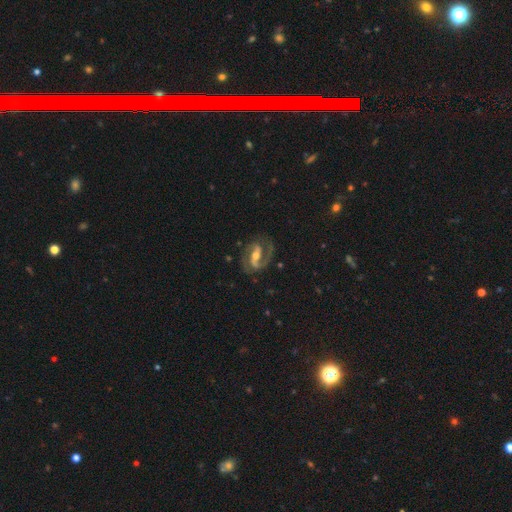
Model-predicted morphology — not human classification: The model was most divided on "bar": strong: 45%, weak: 38%, no: 17%. More confident: spiral arms — yes (97%); edge-on disk — no (97%); smooth or featured — featured or disk (91%); spiral arm count — 2 (89%); merging — none (76%); bulge size — moderate (62%); spiral winding — medium (59%).